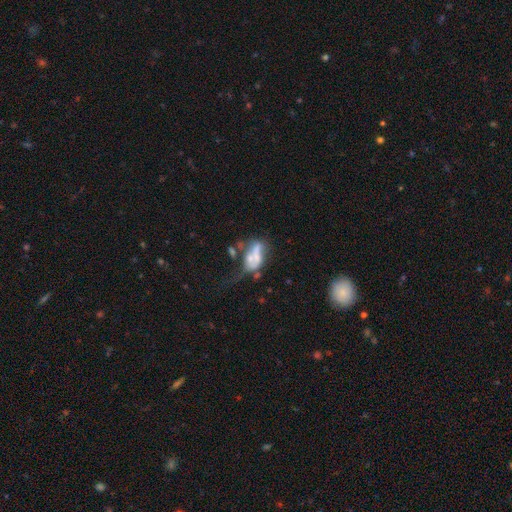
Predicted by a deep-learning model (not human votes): This appears to be a featured or disk galaxy (49%). Merging: merger (38%).